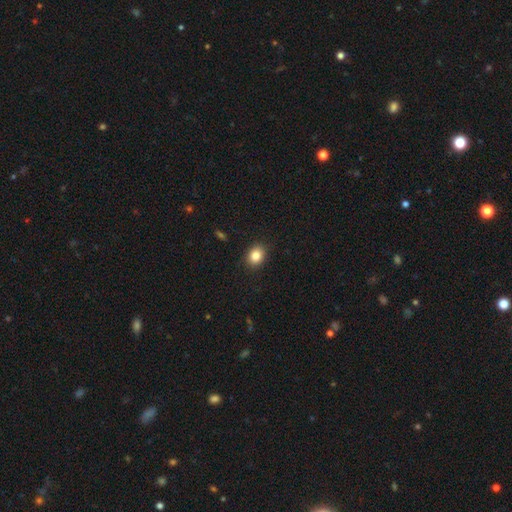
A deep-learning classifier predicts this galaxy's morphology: A smooth galaxy with no disk features (85%) that is round (51%). Merging: none (88%).